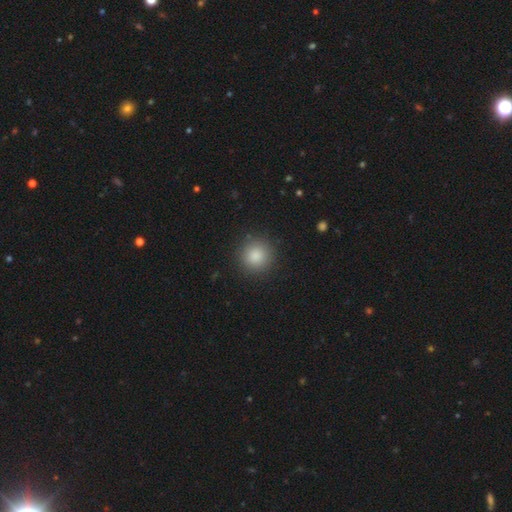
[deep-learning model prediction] smooth_or_featured: smooth (p=0.87) [alt: star or artifact p=0.09]
how_rounded: round (p=0.95) [alt: in between p=0.04]
merging: none (p=0.91) [alt: minor disturbance p=0.06]